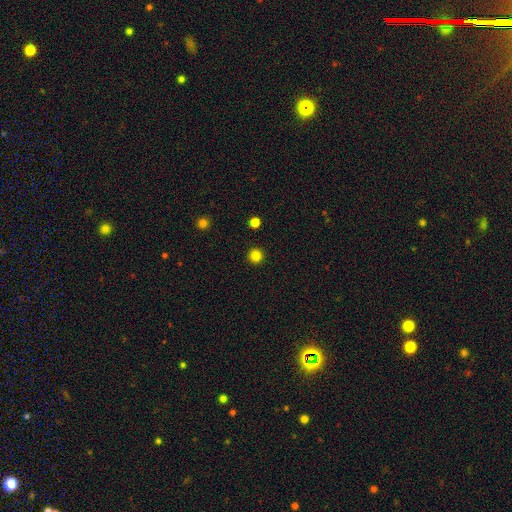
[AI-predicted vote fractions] A smooth galaxy with no disk features (83%) that is round (96%). Merging: none (93%).